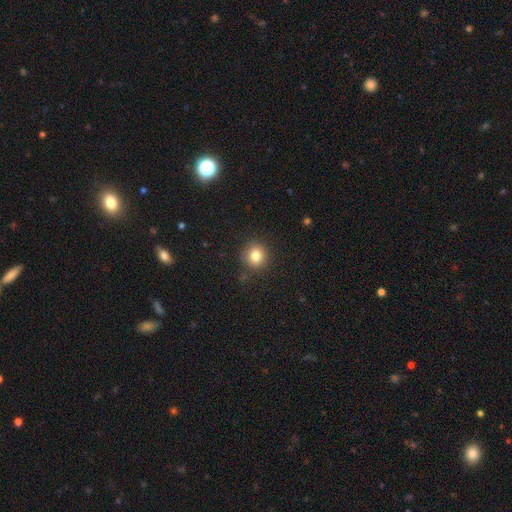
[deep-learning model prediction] Overall: smooth (81%). How rounded: round (88%). Merging: none (88%).